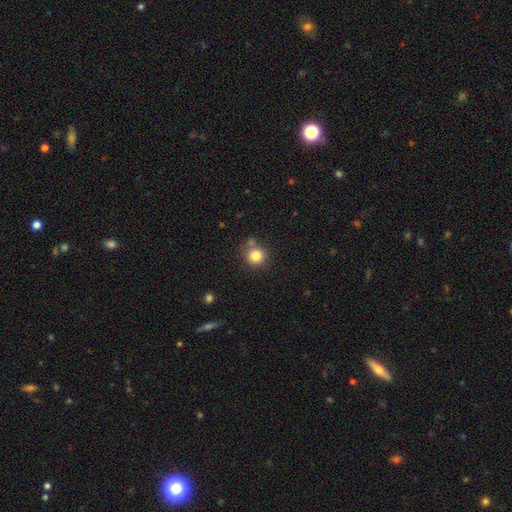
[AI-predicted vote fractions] Morphology: type=smooth (82%); roundness=round (92%); merging=none (72%).